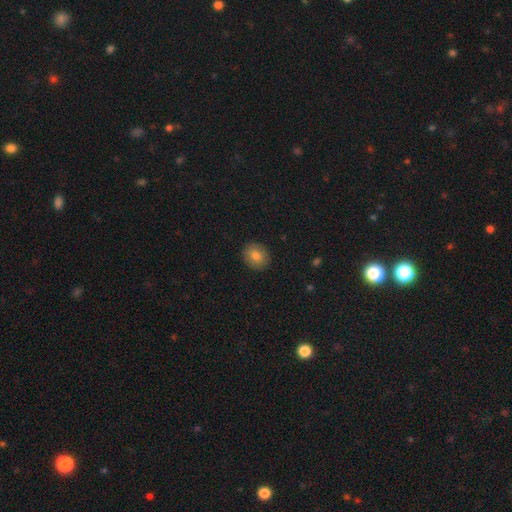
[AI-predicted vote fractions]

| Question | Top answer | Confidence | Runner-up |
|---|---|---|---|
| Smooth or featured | smooth | 81% | featured or disk (10%) |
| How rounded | round | 72% | in between (27%) |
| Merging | none | 90% | minor disturbance (7%) |